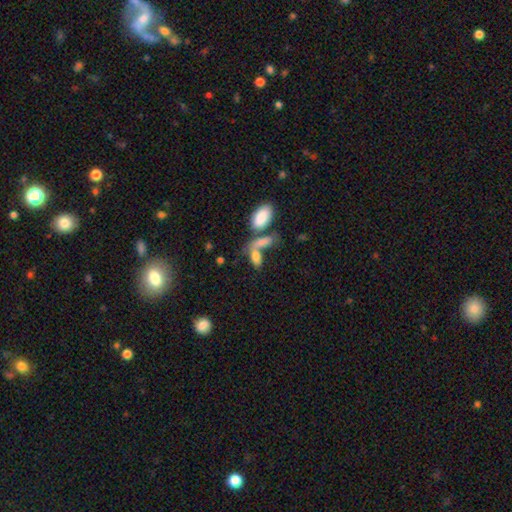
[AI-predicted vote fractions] smooth_or_featured: smooth (p=0.78) [alt: featured or disk p=0.14]
how_rounded: in between (p=0.84) [alt: cigar-shaped p=0.12]
merging: merger (p=0.50) [alt: none p=0.31]